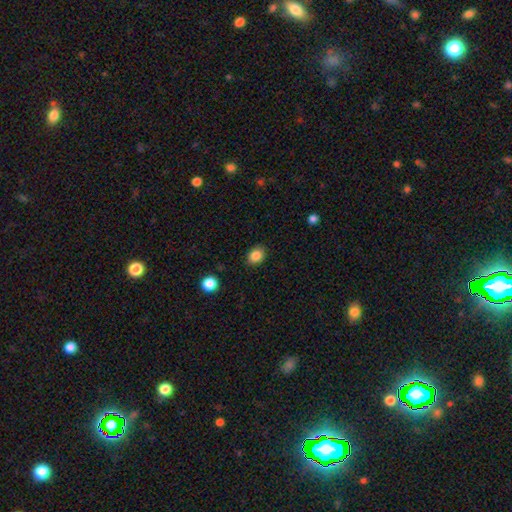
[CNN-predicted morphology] Smooth or featured? Predicted: smooth (p=0.86). How rounded? Predicted: in between (p=0.54). Merging? Predicted: none (p=0.88).